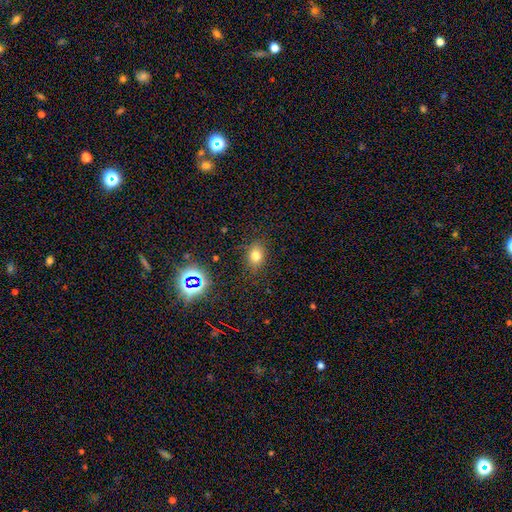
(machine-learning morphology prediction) Smooth or featured? smooth (73%)
How rounded? in between (57%)
Merging? none (81%)